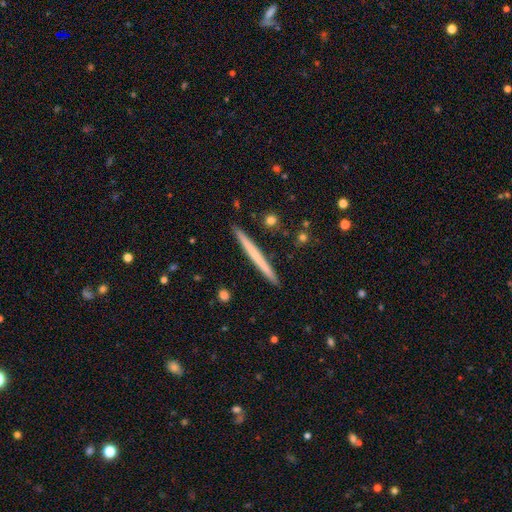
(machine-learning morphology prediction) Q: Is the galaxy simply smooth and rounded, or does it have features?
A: smooth — 54%.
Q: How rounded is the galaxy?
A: cigar-shaped — 97%.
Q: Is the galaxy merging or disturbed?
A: none — 92%.